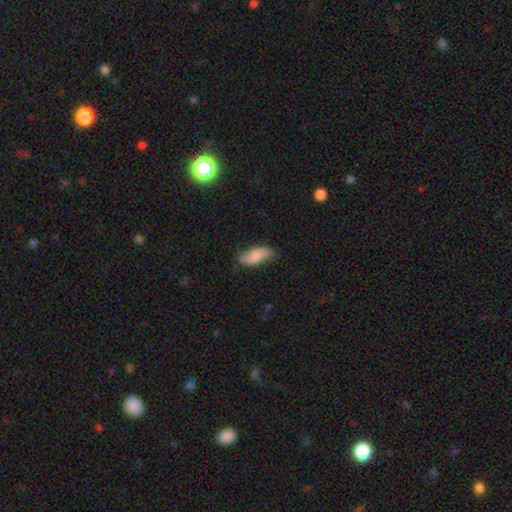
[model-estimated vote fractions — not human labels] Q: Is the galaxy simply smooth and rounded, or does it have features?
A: smooth — 79%.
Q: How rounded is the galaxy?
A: in between — 85%.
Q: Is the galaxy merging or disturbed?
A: none — 68%.